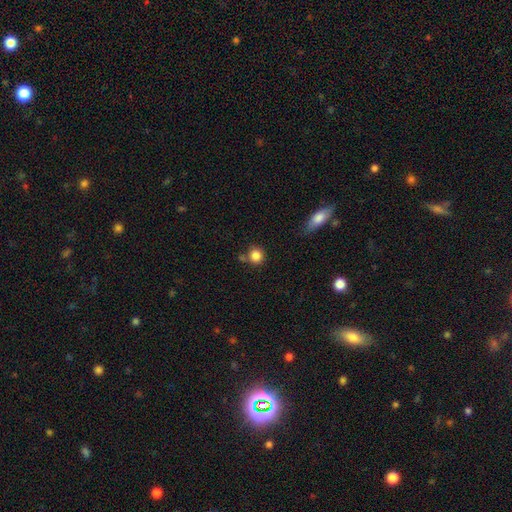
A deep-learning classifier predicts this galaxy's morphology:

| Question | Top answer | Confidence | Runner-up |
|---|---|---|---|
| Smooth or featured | smooth | 85% | star or artifact (10%) |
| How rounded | round | 89% | in between (10%) |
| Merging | none | 68% | minor disturbance (14%) |